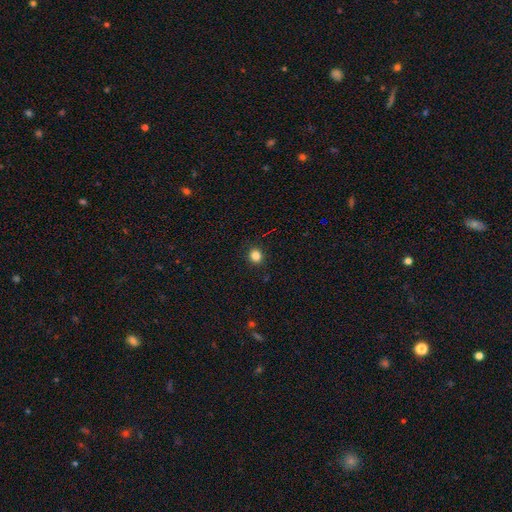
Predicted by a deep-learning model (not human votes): smooth-or-featured: smooth: 84% | star or artifact: 12% | featured or disk: 4%
  how-rounded: round: 77% | in between: 22% | cigar-shaped: 1%
  merging: none: 91% | minor disturbance: 6% | major disturbance: 2% | merger: 1%